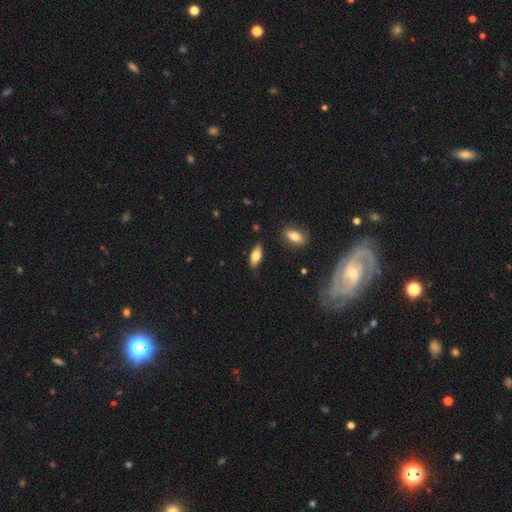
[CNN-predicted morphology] Smooth or featured? smooth (69%)
How rounded? in between (75%)
Merging? none (84%)